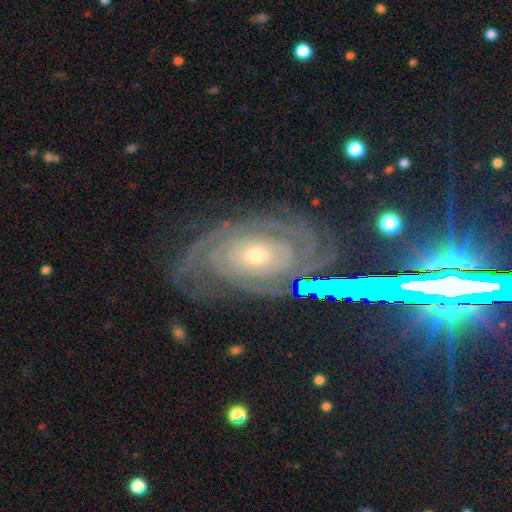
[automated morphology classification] This is clearly a featured or disk galaxy (86%). It is clearly not viewed edge-on (95%). Bar: likely no (79%). Spiral arm pattern: clearly yes (94%). Spiral arm count: marginally can't tell (32%). Spiral winding: likely tight (78%). Central bulge: possibly small (57%). Merging: likely none (68%).